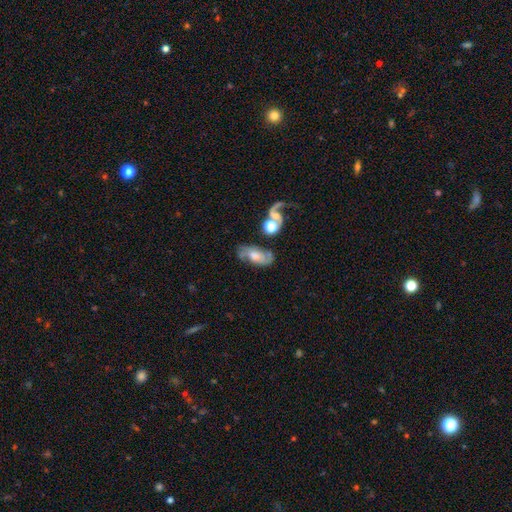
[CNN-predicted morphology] This appears to be a featured or disk galaxy (62%) with no bar (61%), spiral arms (85%) and a moderate central bulge (43%). Merging: none (55%).